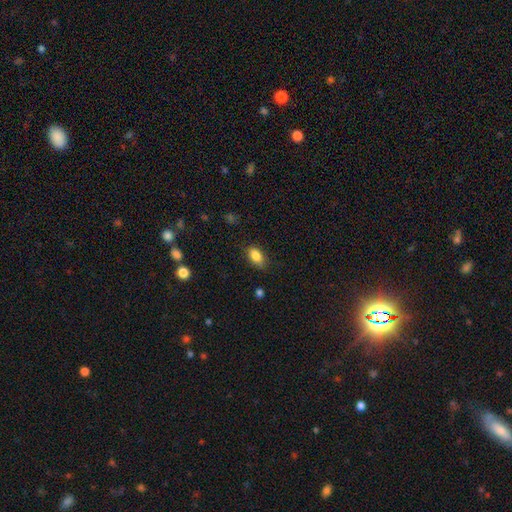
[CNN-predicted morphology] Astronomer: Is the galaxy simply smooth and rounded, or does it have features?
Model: smooth — 86%.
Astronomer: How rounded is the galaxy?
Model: in between — 87%.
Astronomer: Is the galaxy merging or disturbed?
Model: none — 76%.